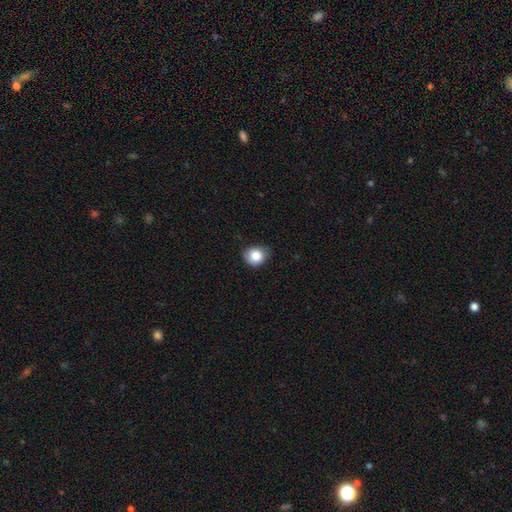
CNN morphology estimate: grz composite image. It shows a smooth galaxy with no disk features (81%) that is round (70%). Merging: none (68%).